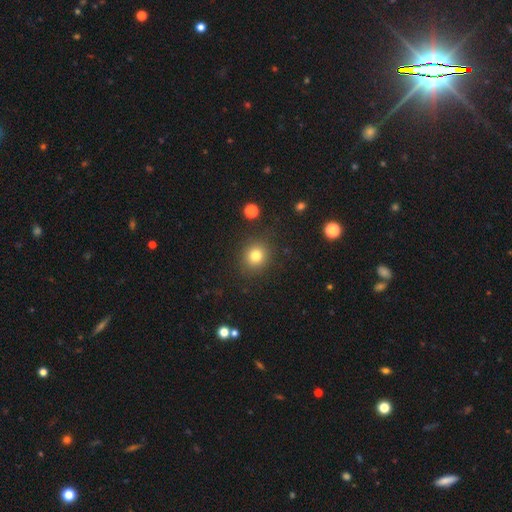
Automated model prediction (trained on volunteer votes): This appears to be a smooth galaxy with no disk features (81%) that is round (86%). Merging: none (87%).